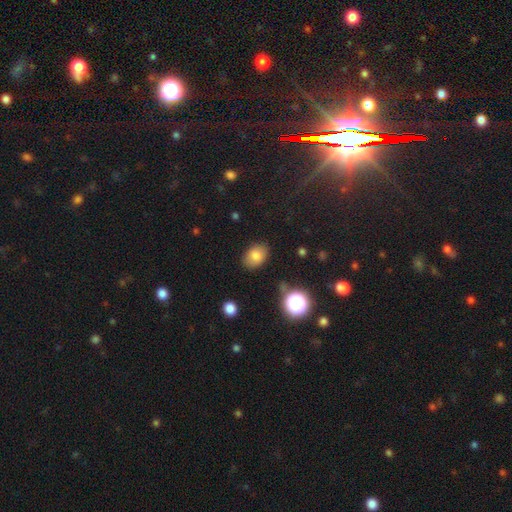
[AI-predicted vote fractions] Smooth or featured? Predicted: smooth (p=0.79). How rounded? Predicted: in between (p=0.77). Merging? Predicted: none (p=0.82).